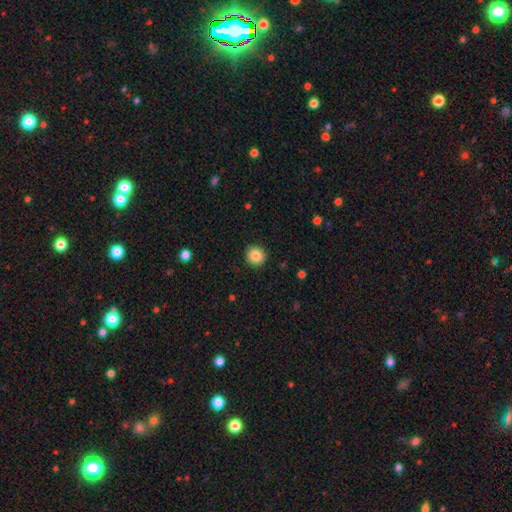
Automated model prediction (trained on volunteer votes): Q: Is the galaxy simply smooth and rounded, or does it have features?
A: smooth — 86%.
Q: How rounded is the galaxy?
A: round — 92%.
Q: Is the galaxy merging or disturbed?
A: none — 91%.